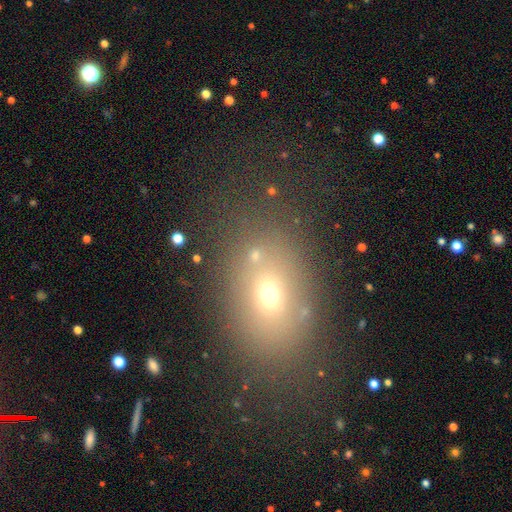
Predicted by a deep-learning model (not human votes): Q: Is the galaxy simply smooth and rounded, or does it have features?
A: smooth — 63%.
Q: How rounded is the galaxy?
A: in between — 67%.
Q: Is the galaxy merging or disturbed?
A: none — 71%.